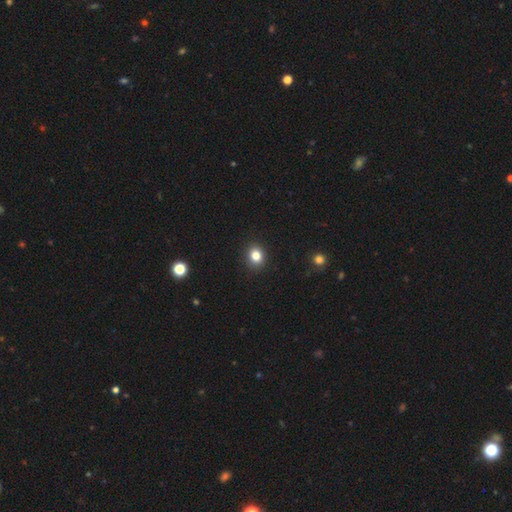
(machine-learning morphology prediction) A smooth galaxy with no disk features (83%) that is round (73%). Merging: none (91%).